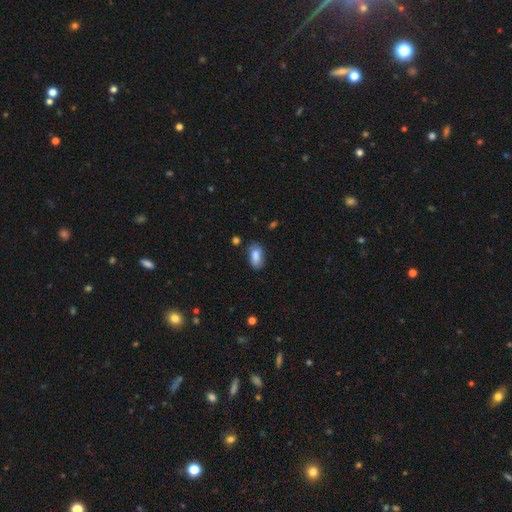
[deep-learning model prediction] The model was most divided on "merging": none: 74%, minor disturbance: 19%, major disturbance: 4%, merger: 3%. More confident: how rounded — in between (92%); smooth or featured — smooth (84%).